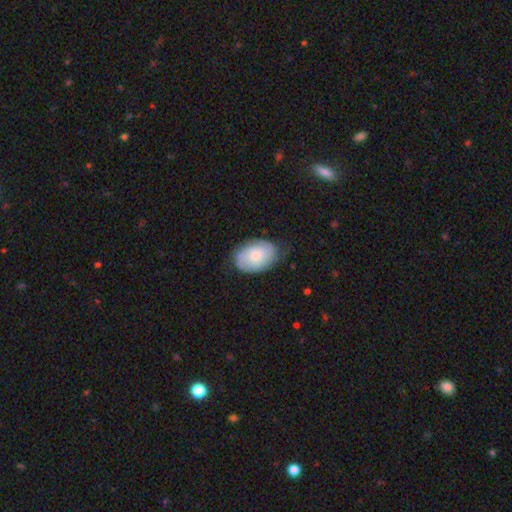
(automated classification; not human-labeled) Q: Smooth or featured?
A: smooth (67%); runner-up: featured or disk (27%)
Q: How rounded?
A: in between (82%); runner-up: round (17%)
Q: Merging?
A: none (70%); runner-up: minor disturbance (23%)